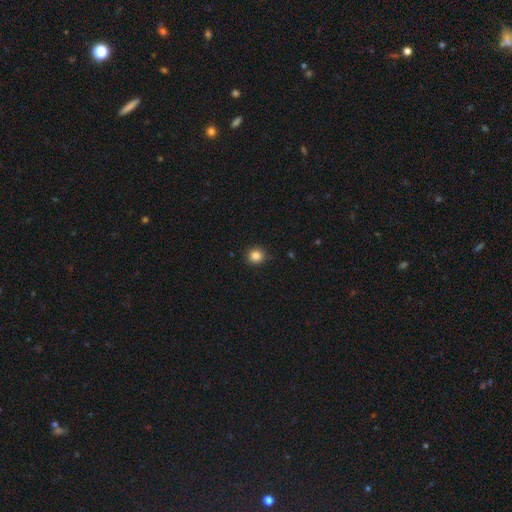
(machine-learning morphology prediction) smooth-or-featured: smooth: 85% | star or artifact: 11% | featured or disk: 4%
  how-rounded: round: 90% | in between: 9% | cigar-shaped: 1%
  merging: none: 87% | minor disturbance: 10% | major disturbance: 2% | merger: 1%